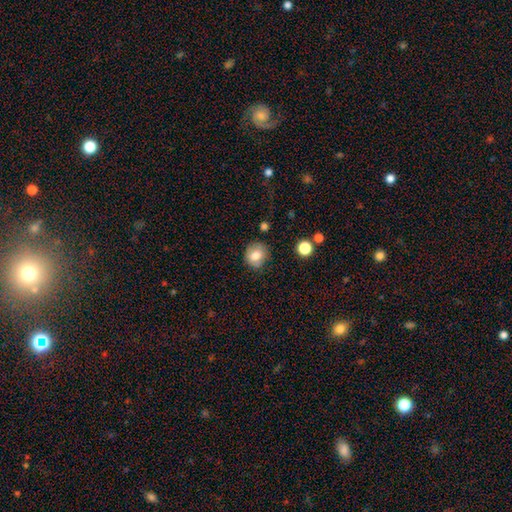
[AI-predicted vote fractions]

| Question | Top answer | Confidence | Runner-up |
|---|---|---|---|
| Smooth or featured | smooth | 77% | featured or disk (14%) |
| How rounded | round | 74% | in between (26%) |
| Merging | none | 78% | minor disturbance (16%) |